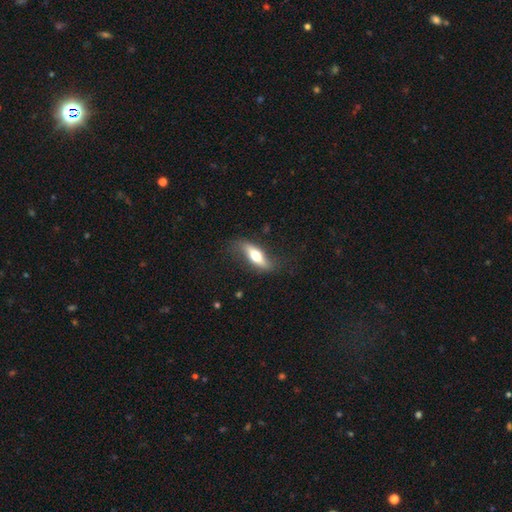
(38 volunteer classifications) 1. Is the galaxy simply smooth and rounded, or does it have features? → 55% featured or disk, 39% smooth, 5% star or artifact.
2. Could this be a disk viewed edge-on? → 62% yes, 38% no.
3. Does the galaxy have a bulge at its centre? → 92% rounded, 8% none, 0% boxy.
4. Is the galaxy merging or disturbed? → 67% none, 25% minor disturbance, 6% major disturbance, 3% merger.